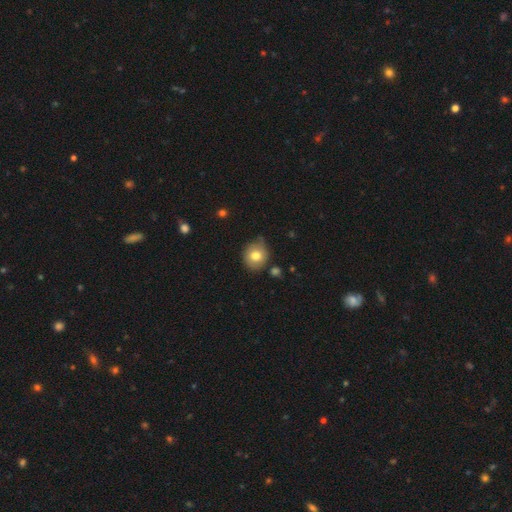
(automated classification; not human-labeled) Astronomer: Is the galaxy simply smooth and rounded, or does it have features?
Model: smooth — 77%.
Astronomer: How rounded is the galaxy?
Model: round — 76%.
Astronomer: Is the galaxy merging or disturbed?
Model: none — 72%.